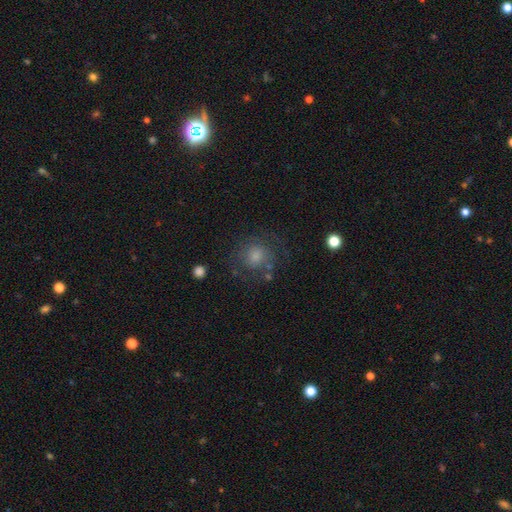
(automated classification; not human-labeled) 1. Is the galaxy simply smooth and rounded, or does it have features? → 49% smooth, 32% featured or disk, 20% star or artifact.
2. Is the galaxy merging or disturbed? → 70% none, 16% minor disturbance, 12% major disturbance, 3% merger.